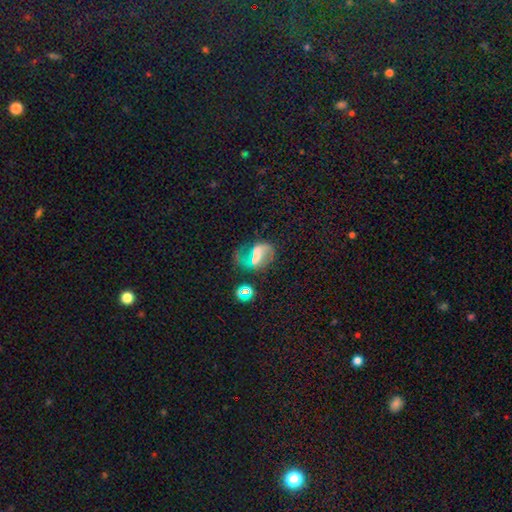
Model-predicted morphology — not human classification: A featured or disk galaxy (54%) with a strong bar (40%), spiral arms (73%) and no central bulge (35%). Merging: none (41%).